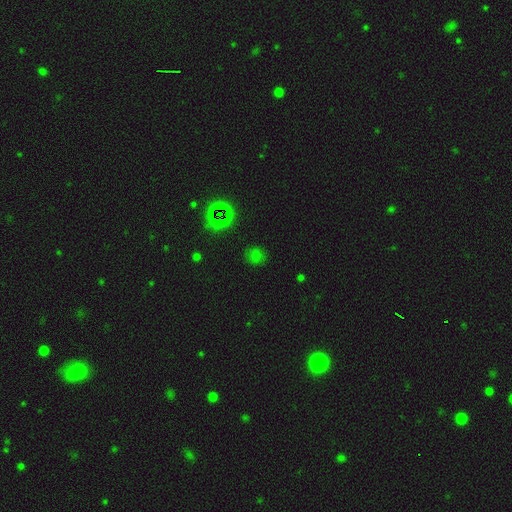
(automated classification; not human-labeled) This appears to be a smooth galaxy with no disk features (59%) that is round (78%). Merging: none (81%).